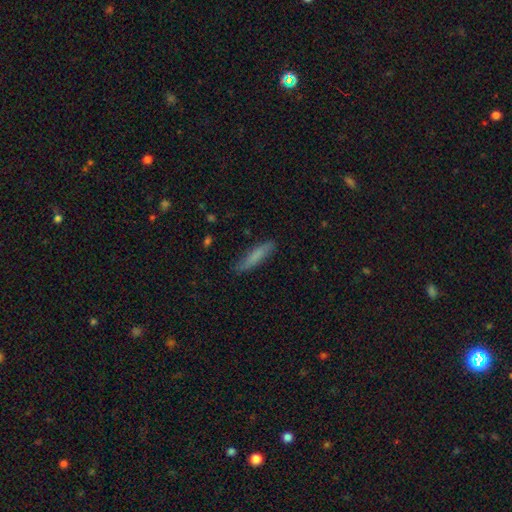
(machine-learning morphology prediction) Smooth or featured? Predicted: smooth (p=0.75). How rounded? Predicted: cigar-shaped (p=0.88). Merging? Predicted: none (p=0.82).